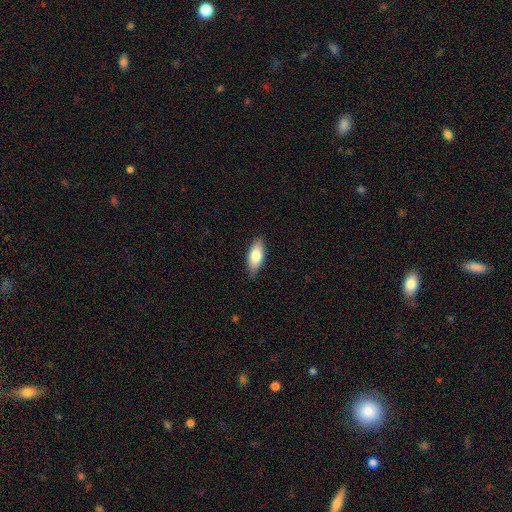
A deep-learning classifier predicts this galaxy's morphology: A smooth galaxy with no disk features (78%) that is in between round and cigar-shaped (80%).

Vote fractions:
- Smooth or featured? smooth: 78% / featured or disk: 16% / star or artifact: 6%
- How rounded? in between: 80% / cigar-shaped: 18% / round: 2%
- Merging? none: 84% / minor disturbance: 13% / major disturbance: 2% / merger: 1%